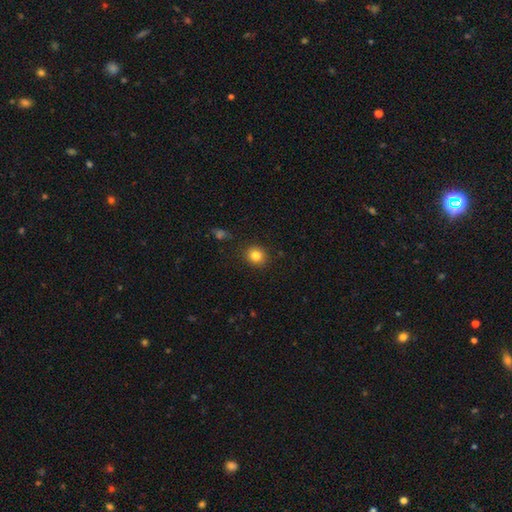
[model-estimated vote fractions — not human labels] This is clearly a smooth galaxy (83%). How rounded: clearly round (82%). Merging: clearly none (89%).